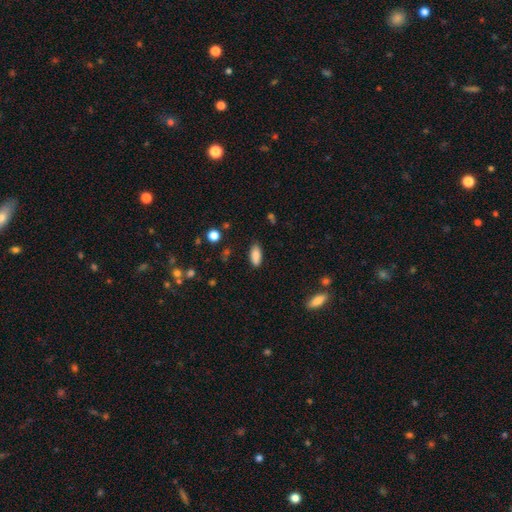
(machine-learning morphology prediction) smooth-or-featured: smooth: 87% | star or artifact: 8% | featured or disk: 5%
  how-rounded: in between: 86% | cigar-shaped: 12% | round: 2%
  merging: none: 83% | minor disturbance: 13% | major disturbance: 3% | merger: 1%